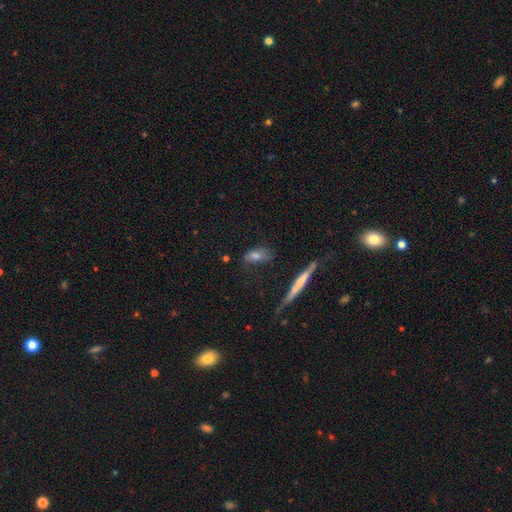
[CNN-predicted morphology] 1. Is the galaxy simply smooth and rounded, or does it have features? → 70% smooth, 21% featured or disk, 9% star or artifact.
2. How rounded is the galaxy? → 70% in between, 25% cigar-shaped, 5% round.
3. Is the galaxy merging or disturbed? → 64% none, 23% minor disturbance, 8% major disturbance, 5% merger.